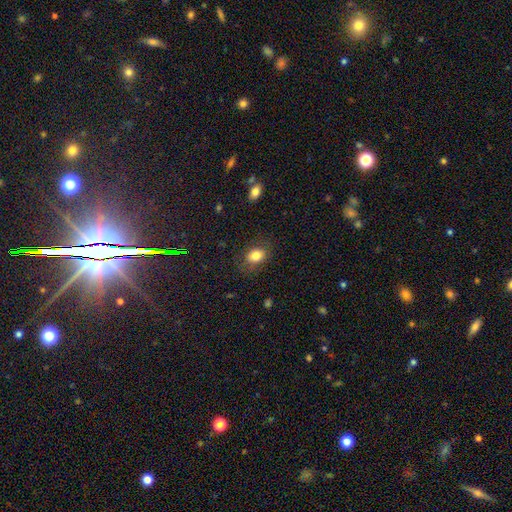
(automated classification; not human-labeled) smooth 82%, star or artifact 10%, featured or disk 8%. Down the decision tree: how rounded — in between (63%); merging — none (79%).